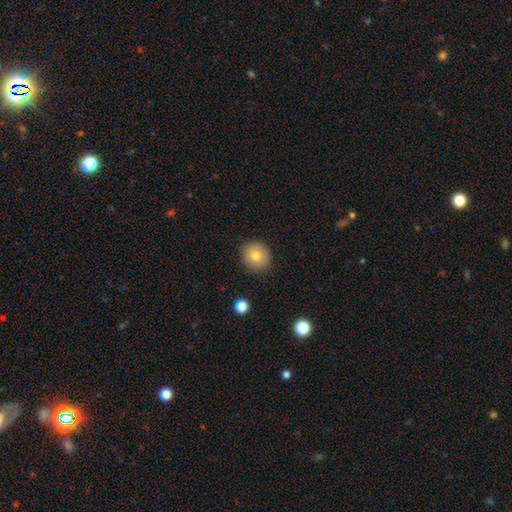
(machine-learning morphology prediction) A smooth galaxy with no disk features (77%) that is round (85%). Merging: none (88%).